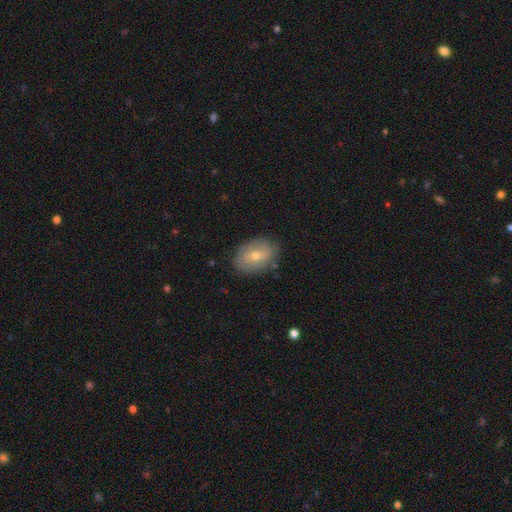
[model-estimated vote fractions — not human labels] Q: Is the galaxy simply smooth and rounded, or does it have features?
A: smooth — 51%.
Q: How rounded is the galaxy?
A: in between — 83%.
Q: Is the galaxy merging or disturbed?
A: none — 83%.